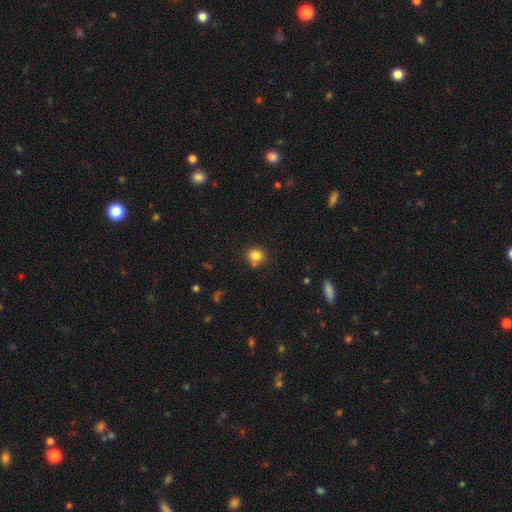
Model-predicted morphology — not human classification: smooth 82%, star or artifact 11%, featured or disk 6%. Down the decision tree: how rounded — round (82%); merging — none (73%).